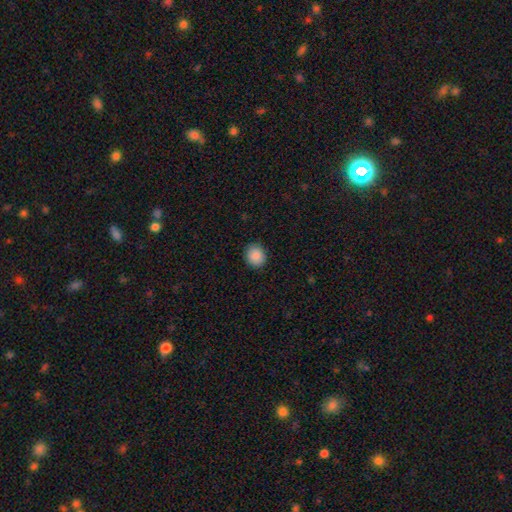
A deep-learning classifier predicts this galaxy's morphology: smooth_or_featured: smooth (p=0.88) [alt: star or artifact p=0.08]
how_rounded: round (p=0.70) [alt: in between p=0.29]
merging: none (p=0.90) [alt: minor disturbance p=0.07]